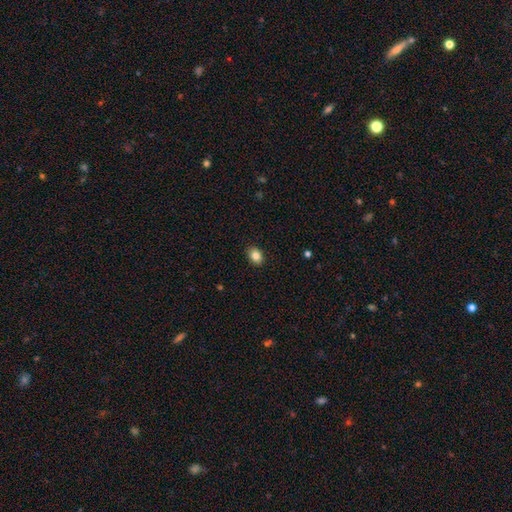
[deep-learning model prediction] Smooth or featured: smooth — 84% (star or artifact — 9%)
How rounded: in between — 69% (round — 30%)
Merging: none — 90% (minor disturbance — 7%)